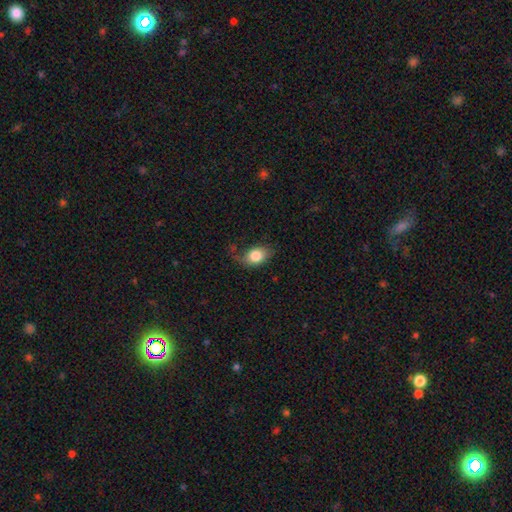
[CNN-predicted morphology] smooth-or-featured: smooth: 81% | featured or disk: 11% | star or artifact: 8%
  how-rounded: in between: 76% | round: 23% | cigar-shaped: 2%
  merging: none: 58% | minor disturbance: 27% | major disturbance: 13% | merger: 3%